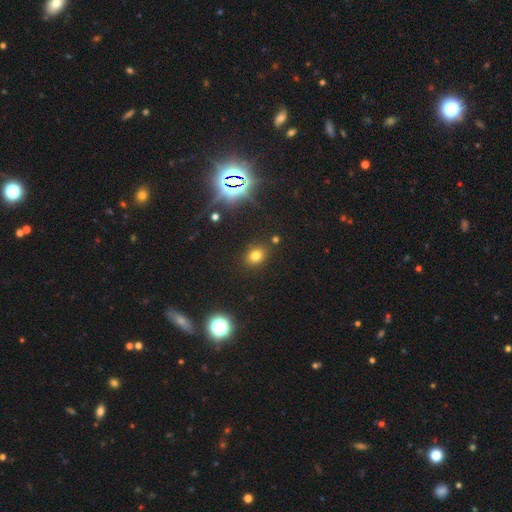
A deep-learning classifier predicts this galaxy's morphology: Q: Smooth or featured?
A: smooth (69%); runner-up: star or artifact (22%)
Q: How rounded?
A: in between (51%); runner-up: round (48%)
Q: Merging?
A: none (86%); runner-up: minor disturbance (9%)